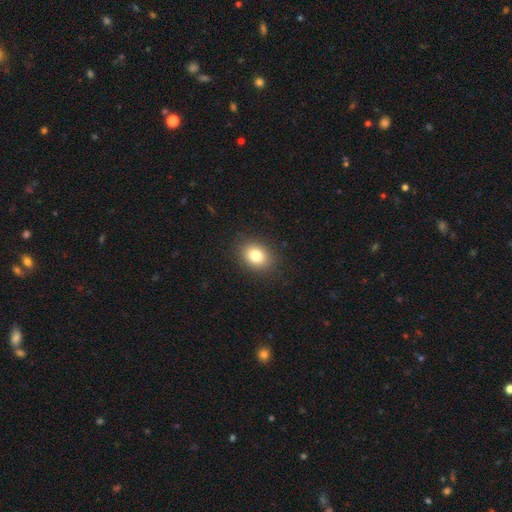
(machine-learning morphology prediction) Smooth or featured: smooth — 80% (star or artifact — 11%)
How rounded: in between — 55% (round — 44%)
Merging: none — 88% (minor disturbance — 8%)